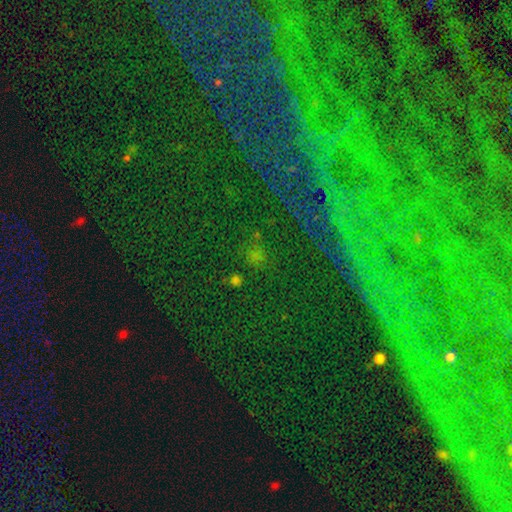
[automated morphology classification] Smooth or featured? Predicted: star or artifact (p=0.46, tied with smooth).